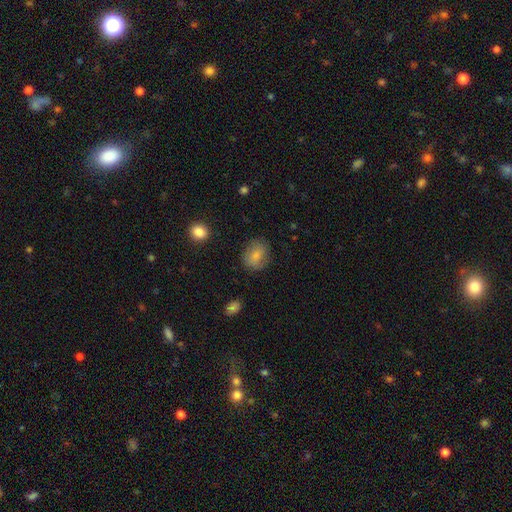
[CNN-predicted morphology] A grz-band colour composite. It shows a smooth galaxy with no disk features (78%) that is round (52%). Merging: none (75%).